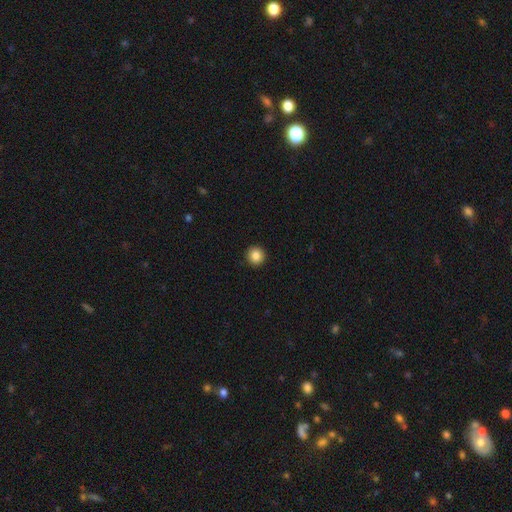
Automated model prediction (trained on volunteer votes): Morphology: type=smooth (86%); roundness=round (94%); merging=none (94%).